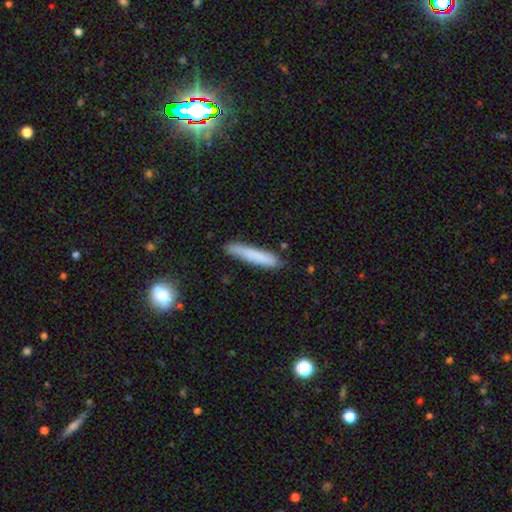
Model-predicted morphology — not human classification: Overall: smooth (77%). How rounded: cigar-shaped (93%). Merging: none (81%).